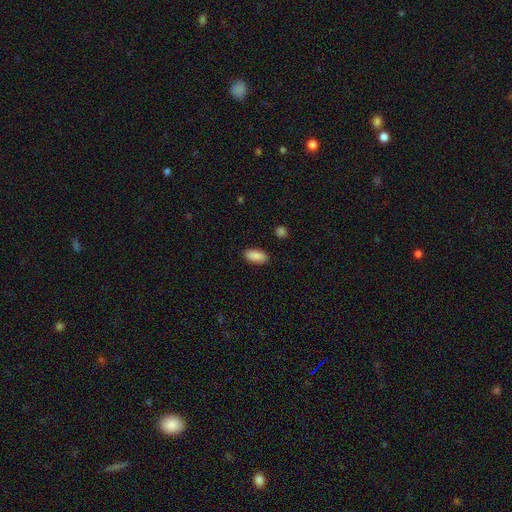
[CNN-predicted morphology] This is clearly a smooth galaxy (89%). How rounded: clearly in between (90%). Merging: clearly none (89%).